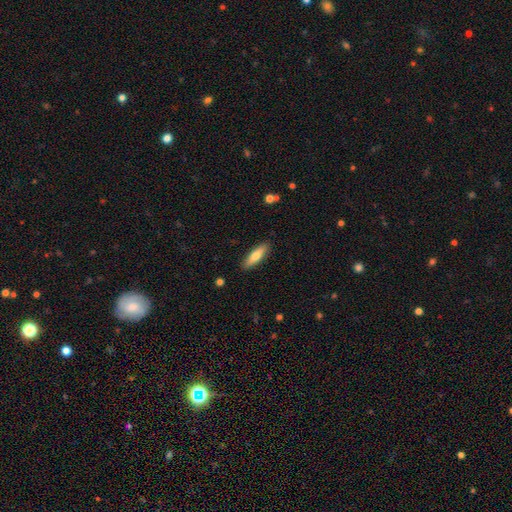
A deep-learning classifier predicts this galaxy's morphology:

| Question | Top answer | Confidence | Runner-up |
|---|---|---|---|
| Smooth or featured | smooth | 69% | featured or disk (26%) |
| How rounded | cigar-shaped | 62% | in between (36%) |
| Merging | none | 89% | minor disturbance (8%) |